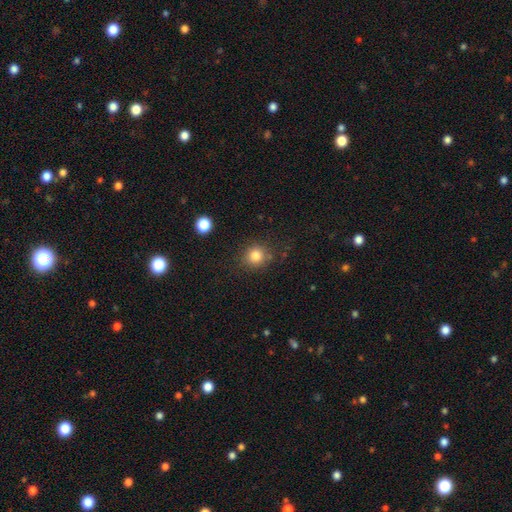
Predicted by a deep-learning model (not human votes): This is clearly a smooth galaxy (83%). How rounded: clearly round (88%). Merging: clearly none (82%).